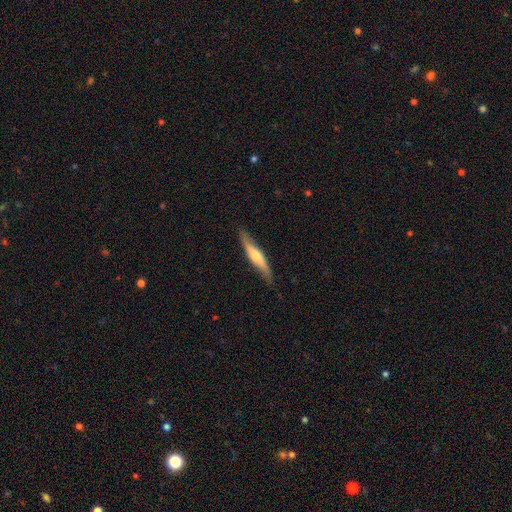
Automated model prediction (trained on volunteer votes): smooth-or-featured: featured or disk: 53% | smooth: 41% | star or artifact: 5%
  disk-edge-on: yes: 86% | no: 14%
  merging: none: 82% | minor disturbance: 15% | major disturbance: 2% | merger: 1%